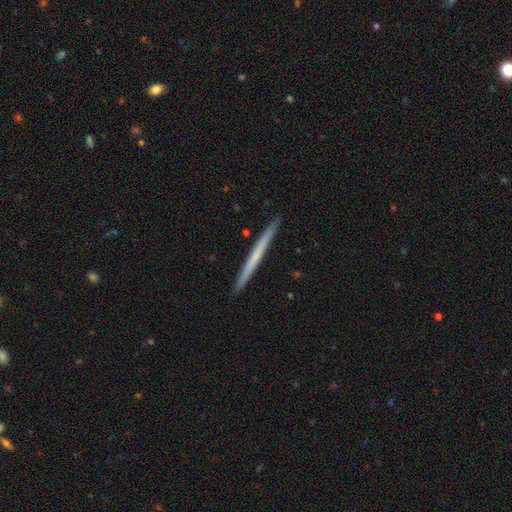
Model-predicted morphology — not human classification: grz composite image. It shows a featured or disk galaxy (49%). Merging: none (93%).